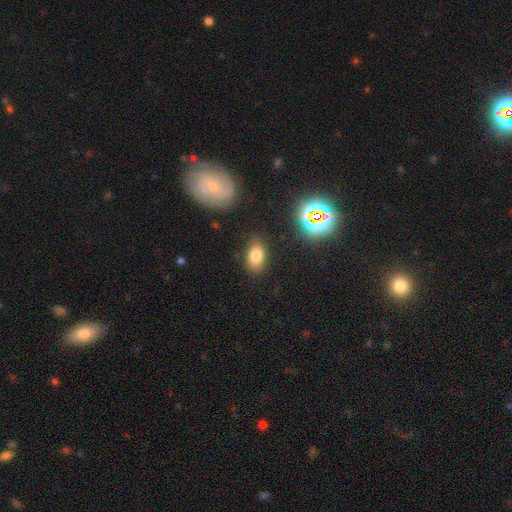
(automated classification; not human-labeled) Smooth or featured? smooth (78%)
How rounded? in between (88%)
Merging? none (84%)